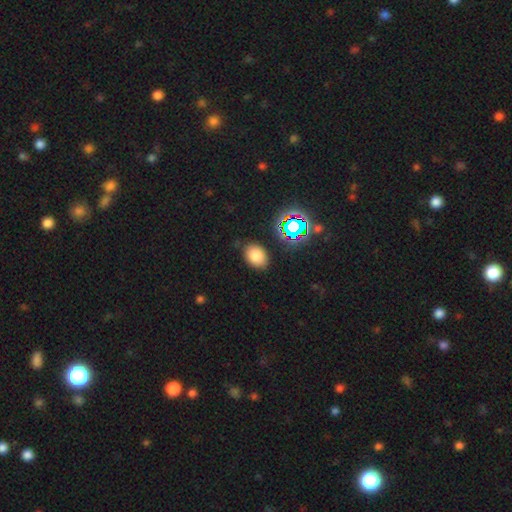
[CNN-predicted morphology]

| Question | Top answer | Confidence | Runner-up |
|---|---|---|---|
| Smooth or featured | smooth | 75% | star or artifact (17%) |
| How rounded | in between | 72% | round (27%) |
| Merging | none | 82% | minor disturbance (12%) |